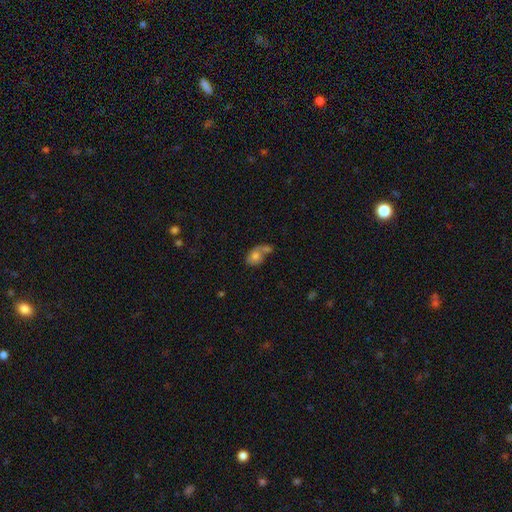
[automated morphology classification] Smooth or featured: smooth — 66% (featured or disk — 24%)
How rounded: in between — 59% (round — 39%)
Merging: merger — 49% (none — 26%)